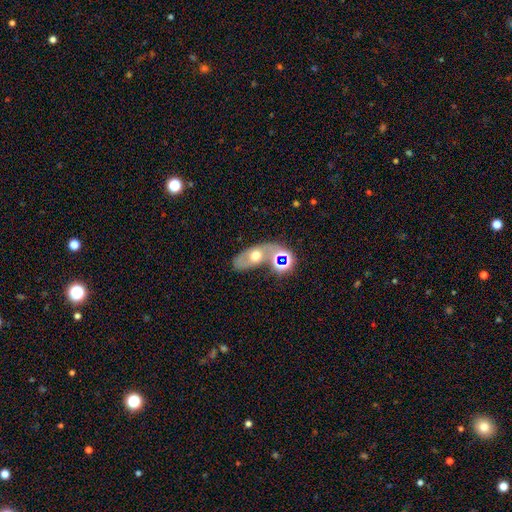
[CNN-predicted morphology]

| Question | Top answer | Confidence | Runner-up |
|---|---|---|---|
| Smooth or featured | smooth | 43% | featured or disk (39%) |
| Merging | none | 46% | merger (29%) |